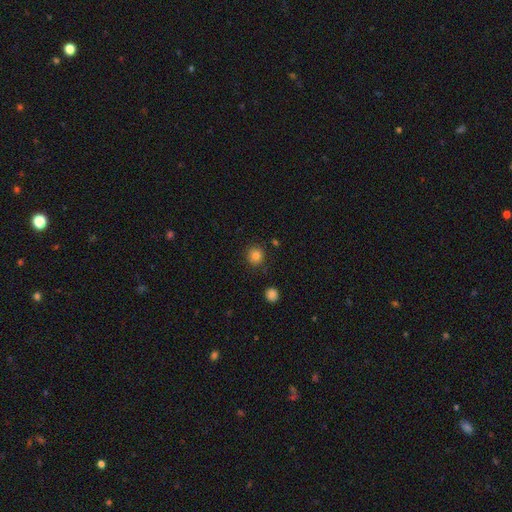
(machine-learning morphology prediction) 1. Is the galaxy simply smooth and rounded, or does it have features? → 83% smooth, 12% star or artifact, 5% featured or disk.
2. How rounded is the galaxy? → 89% round, 10% in between, 1% cigar-shaped.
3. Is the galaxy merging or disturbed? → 87% none, 8% minor disturbance, 3% major disturbance, 2% merger.